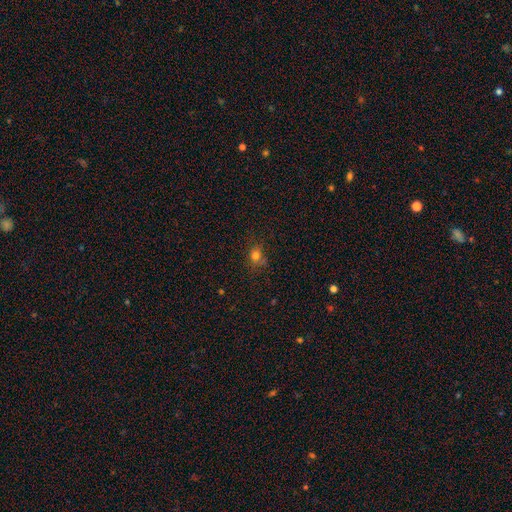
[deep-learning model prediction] Smooth or featured? smooth (75%)
How rounded? round (61%)
Merging? none (69%)